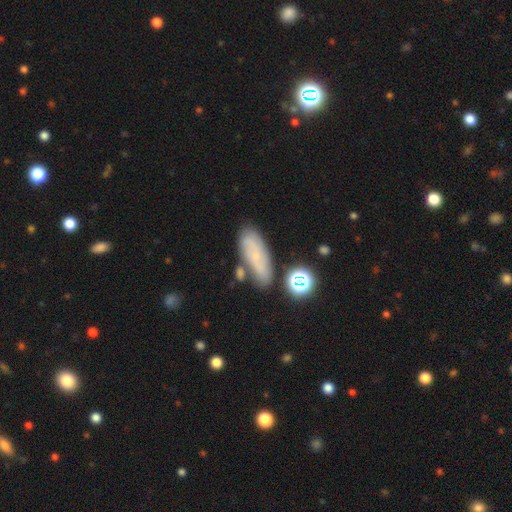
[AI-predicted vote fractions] Smooth or featured?
  - smooth: 56% *
  - featured or disk: 31%
  - star or artifact: 12%
How rounded?
  - in between: 66% *
  - cigar-shaped: 30%
  - round: 4%
Merging?
  - none: 66% *
  - minor disturbance: 18%
  - merger: 11%
  - major disturbance: 5%